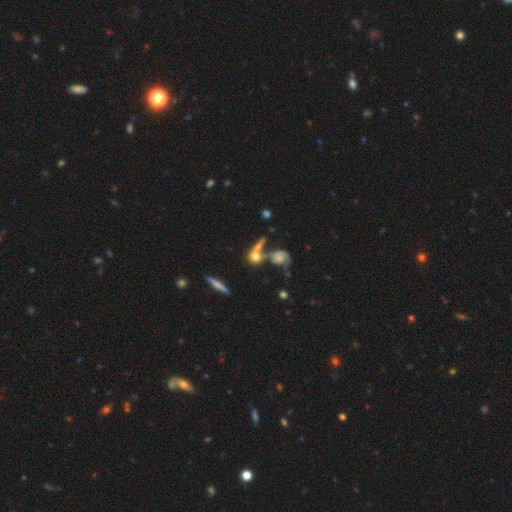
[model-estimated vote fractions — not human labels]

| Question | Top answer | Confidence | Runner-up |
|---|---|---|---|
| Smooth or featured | smooth | 52% | featured or disk (35%) |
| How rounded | round | 59% | in between (25%) |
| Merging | merger | 41% | none (39%) |